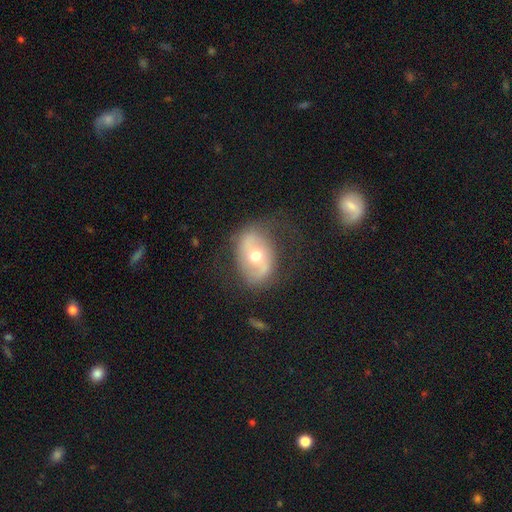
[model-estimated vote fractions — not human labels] featured or disk 63%, smooth 30%, star or artifact 7%. Down the decision tree: edge-on disk — no (94%); bar — no (43%); spiral arms — yes (62%); bulge size — moderate (73%); merging — none (64%).